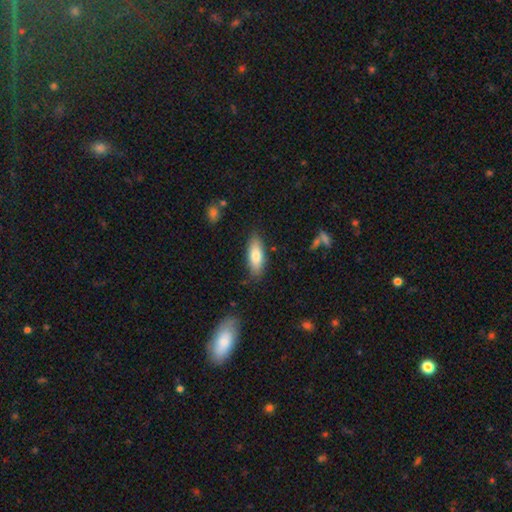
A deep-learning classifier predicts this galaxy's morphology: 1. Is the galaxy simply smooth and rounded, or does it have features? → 78% smooth, 16% featured or disk, 6% star or artifact.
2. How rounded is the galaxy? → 71% in between, 27% cigar-shaped, 2% round.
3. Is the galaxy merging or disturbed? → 83% none, 12% minor disturbance, 3% major disturbance, 2% merger.